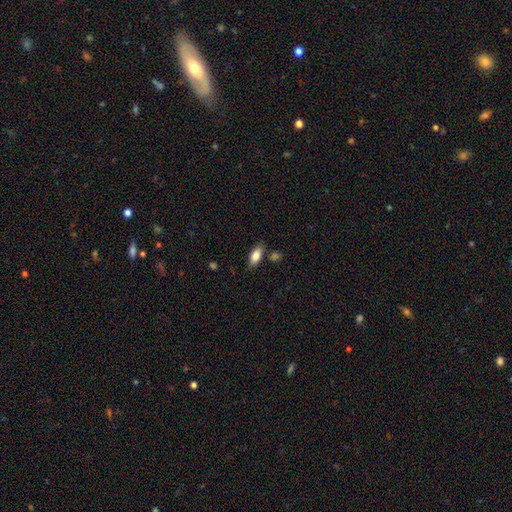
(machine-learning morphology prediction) Smooth or featured? smooth (81%)
How rounded? in between (86%)
Merging? none (78%)